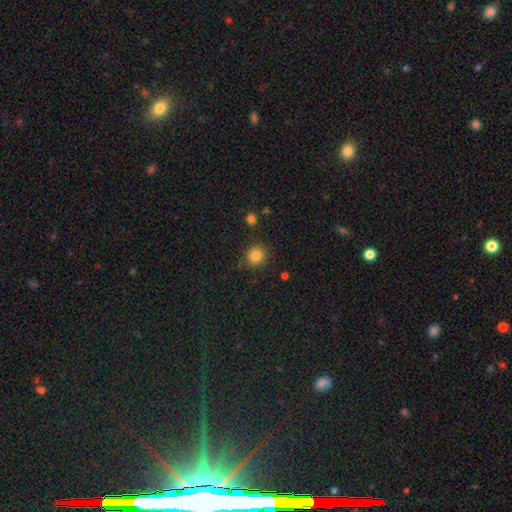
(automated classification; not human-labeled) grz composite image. It shows a smooth galaxy with no disk features (83%) that is round (89%). Merging: none (85%).